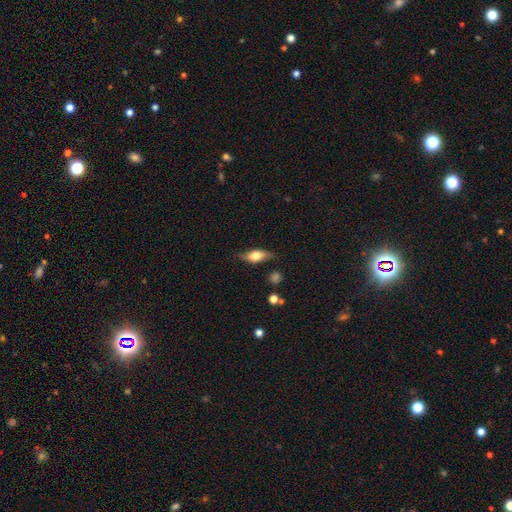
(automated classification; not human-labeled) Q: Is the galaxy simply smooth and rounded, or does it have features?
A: smooth — 62%.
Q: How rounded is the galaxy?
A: in between — 75%.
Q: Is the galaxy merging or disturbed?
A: none — 74%.